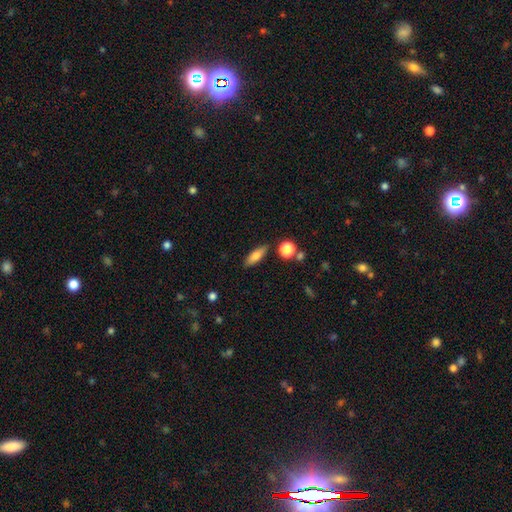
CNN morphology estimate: smooth_or_featured: smooth (p=0.71) [alt: featured or disk p=0.21]
how_rounded: in between (p=0.55) [alt: cigar-shaped p=0.40]
merging: none (p=0.82) [alt: minor disturbance p=0.11]